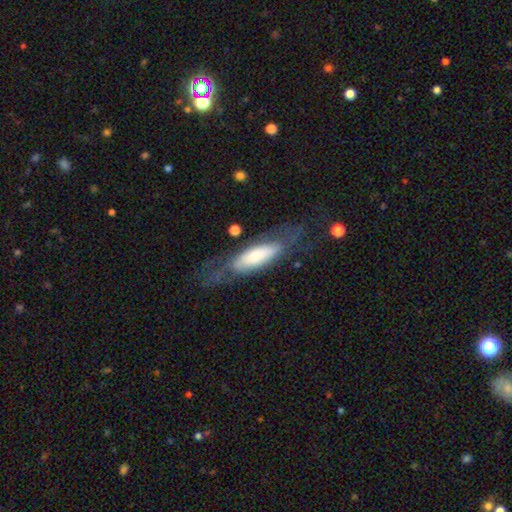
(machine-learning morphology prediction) Overall: smooth (47%; featured or disk 46%). Merging: none (58%; minor disturbance 21%).